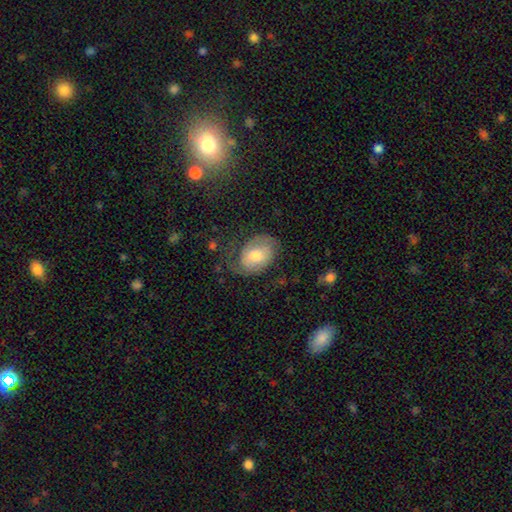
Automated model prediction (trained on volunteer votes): smooth-or-featured: featured or disk: 48% | smooth: 45% | star or artifact: 7%
  merging: none: 52% | minor disturbance: 25% | major disturbance: 21% | merger: 2%